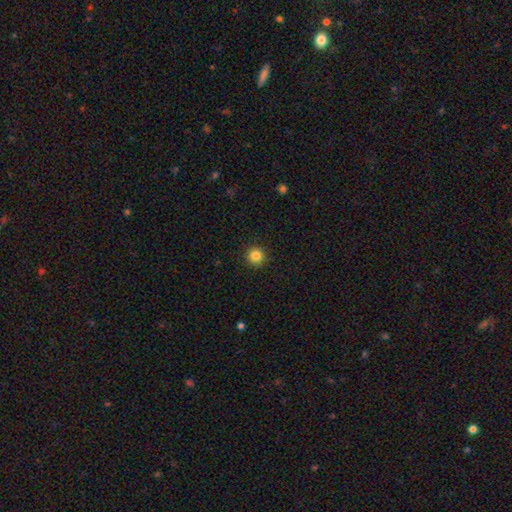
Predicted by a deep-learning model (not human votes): A smooth galaxy with no disk features (84%) that is round (95%).

Vote fractions:
- Smooth or featured? smooth: 84% / star or artifact: 12% / featured or disk: 5%
- How rounded? round: 95% / in between: 4% / cigar-shaped: 1%
- Merging? none: 92% / minor disturbance: 5% / major disturbance: 2% / merger: 1%